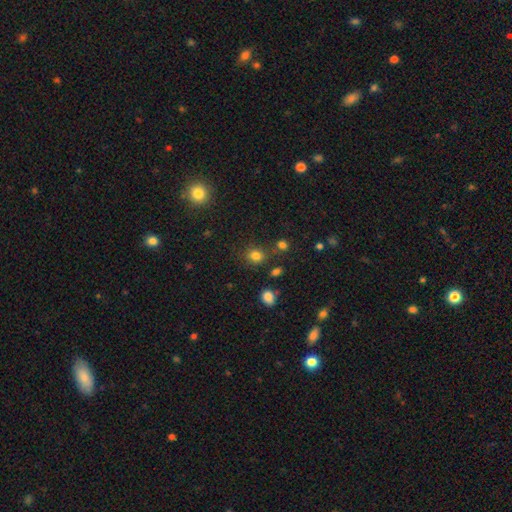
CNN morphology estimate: This appears to be a smooth galaxy with no disk features (79%) that is round (70%). Merging: none (76%).